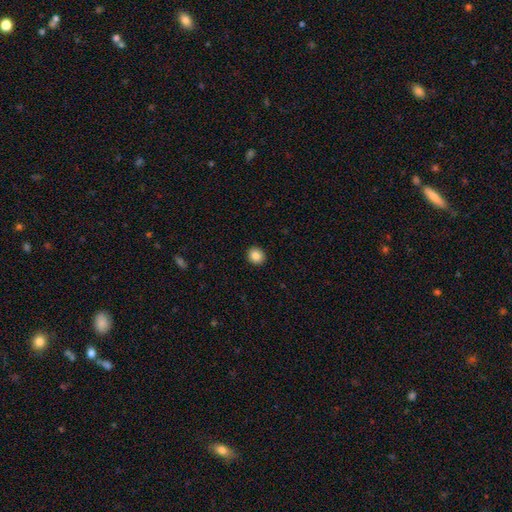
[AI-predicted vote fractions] smooth 85%, star or artifact 10%, featured or disk 6%. Down the decision tree: how rounded — round (87%); merging — none (93%).